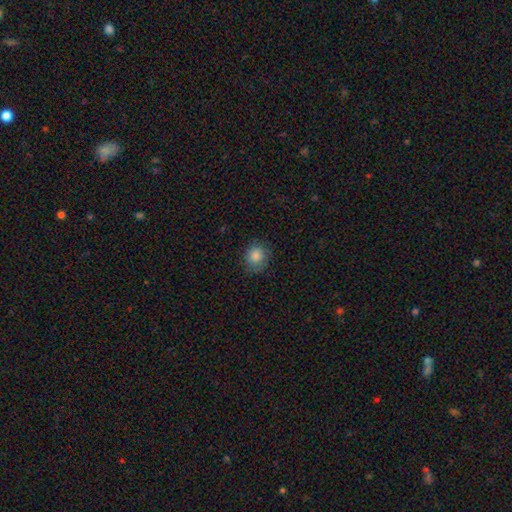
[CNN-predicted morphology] Smooth or featured: smooth — 83% (star or artifact — 10%)
How rounded: round — 80% (in between — 19%)
Merging: none — 80% (minor disturbance — 15%)